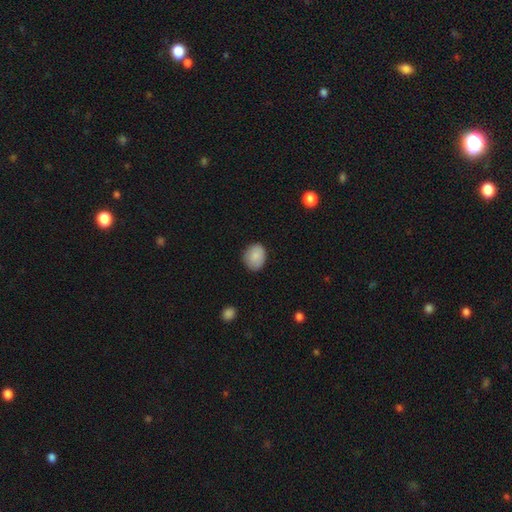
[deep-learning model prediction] Q: Smooth or featured?
A: smooth (86%); runner-up: star or artifact (7%)
Q: How rounded?
A: round (54%); runner-up: in between (45%)
Q: Merging?
A: none (82%); runner-up: minor disturbance (14%)